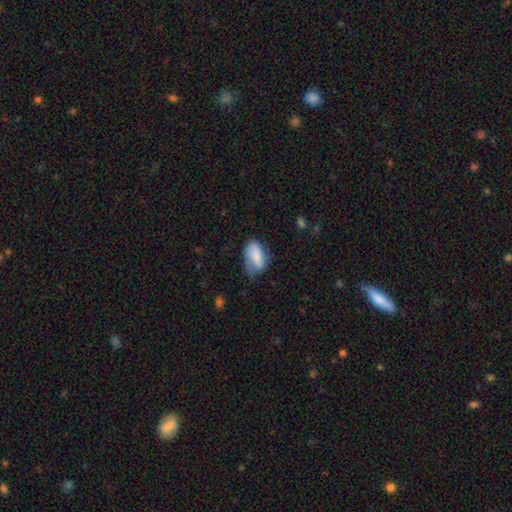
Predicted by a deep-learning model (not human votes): A smooth galaxy with no disk features (74%) that is in between round and cigar-shaped (90%). Merging: none (40%, tied with minor disturbance).